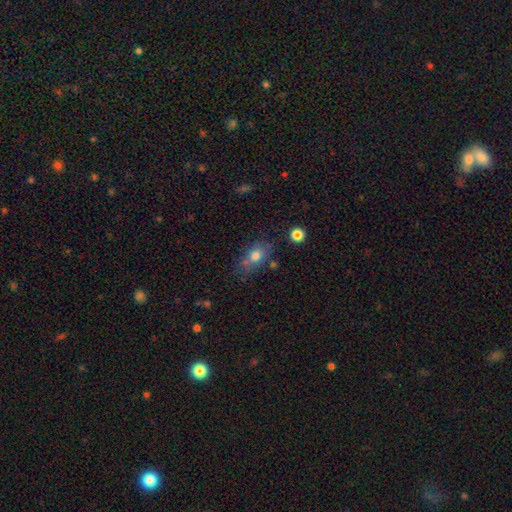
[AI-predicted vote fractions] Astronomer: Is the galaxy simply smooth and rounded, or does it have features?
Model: smooth — 74%.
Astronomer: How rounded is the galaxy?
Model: in between — 74%.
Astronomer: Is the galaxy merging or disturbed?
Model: none — 61%.